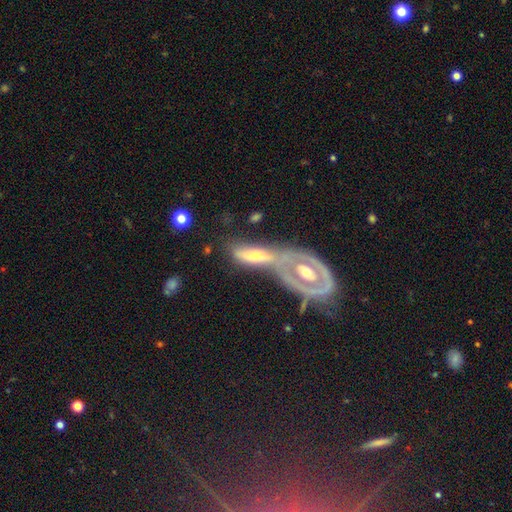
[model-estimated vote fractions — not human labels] This is likely a featured or disk galaxy (62%). It is likely not viewed edge-on (77%). Merging: possibly merger (58%).